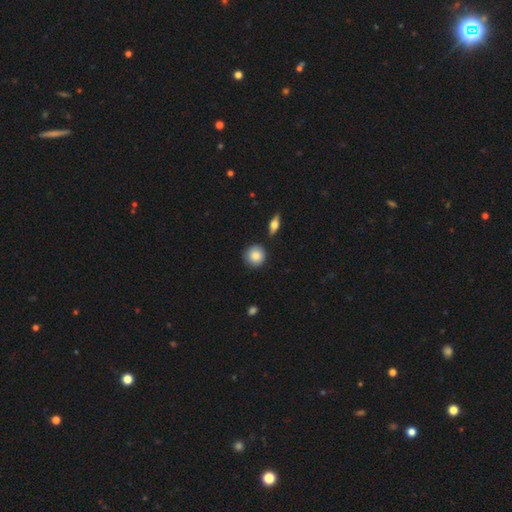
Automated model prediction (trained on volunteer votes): Smooth or featured? Predicted: smooth (p=0.83). How rounded? Predicted: round (p=0.91). Merging? Predicted: none (p=0.86).